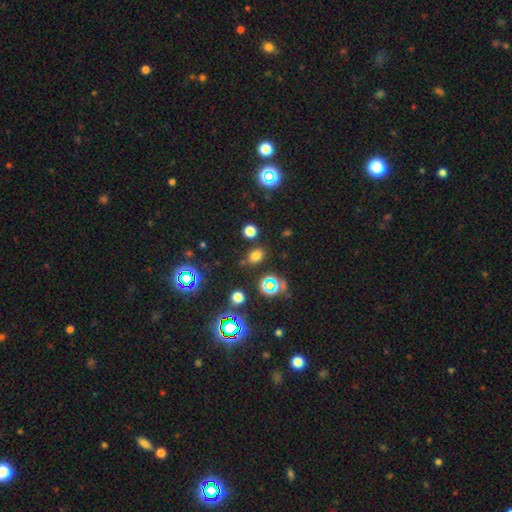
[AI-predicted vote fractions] smooth 68%, star or artifact 26%, featured or disk 6%. Down the decision tree: how rounded — in between (50%); merging — none (80%).